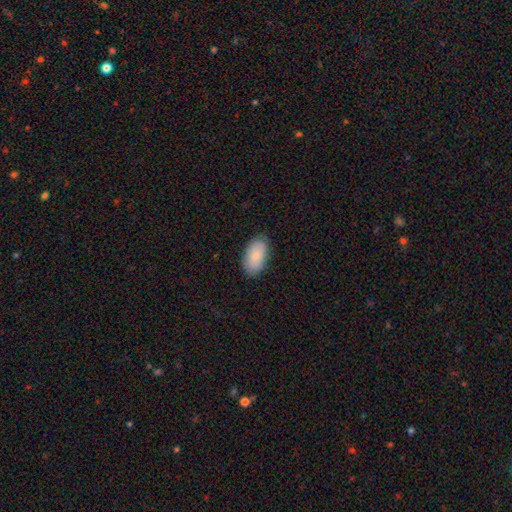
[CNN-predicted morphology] The model was most divided on "merging": none: 85%, minor disturbance: 12%, major disturbance: 2%, merger: 1%. More confident: how rounded — in between (95%); smooth or featured — smooth (86%).